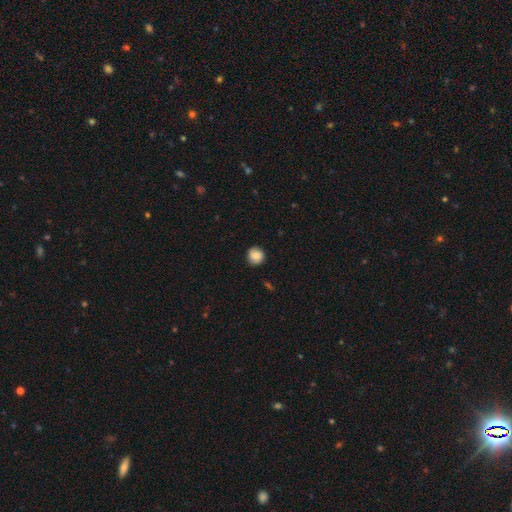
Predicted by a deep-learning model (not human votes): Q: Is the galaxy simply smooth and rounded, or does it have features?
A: smooth — 84%.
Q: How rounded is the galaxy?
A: round — 90%.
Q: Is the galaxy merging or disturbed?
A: none — 86%.